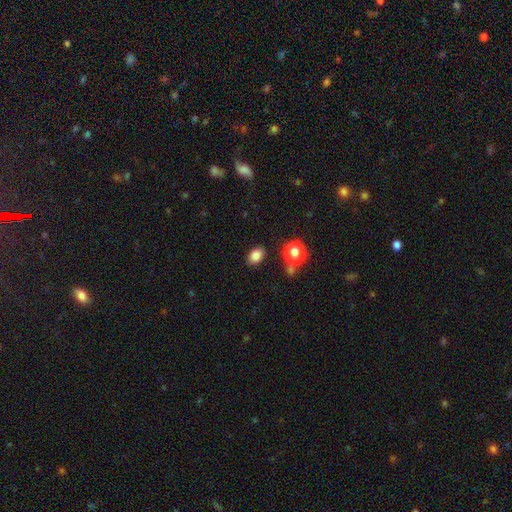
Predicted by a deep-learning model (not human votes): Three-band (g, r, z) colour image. It shows a smooth galaxy with no disk features (83%) that is in between round and cigar-shaped (76%). Merging: none (84%).